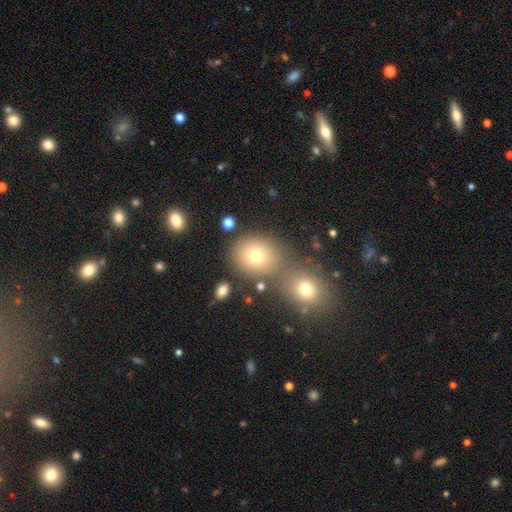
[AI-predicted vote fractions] smooth_or_featured: smooth (p=0.73) [alt: star or artifact p=0.16]
how_rounded: round (p=0.70) [alt: in between p=0.29]
merging: none (p=0.63) [alt: merger p=0.24]